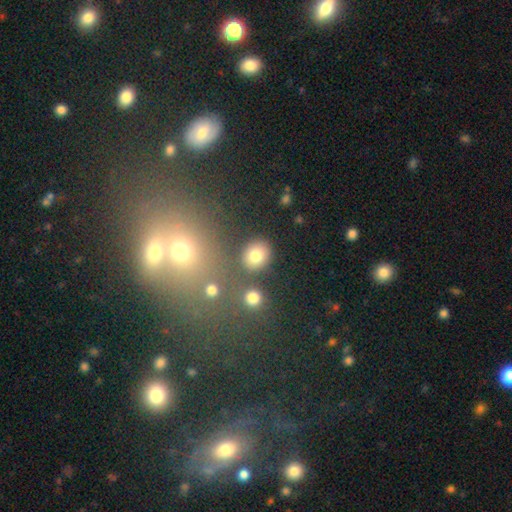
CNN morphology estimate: Smooth or featured: smooth — 77% (star or artifact — 14%)
How rounded: round — 74% (in between — 25%)
Merging: none — 82% (minor disturbance — 9%)